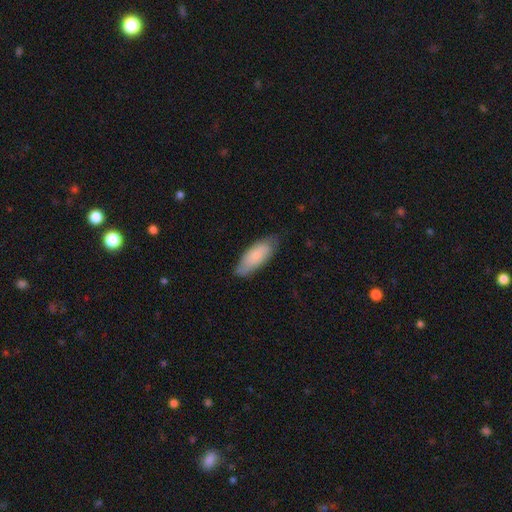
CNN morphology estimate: Overall: smooth (76%). How rounded: in between (75%). Merging: none (69%).